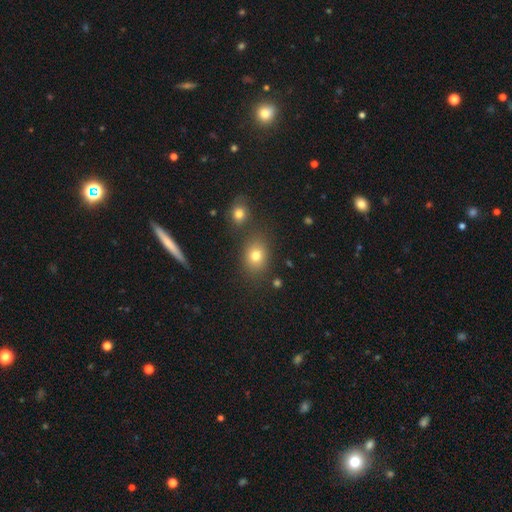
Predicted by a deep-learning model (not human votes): The model was most divided on "how rounded": round: 50%, in between: 49%, cigar-shaped: 1%. More confident: smooth or featured — smooth (77%); merging — none (76%).